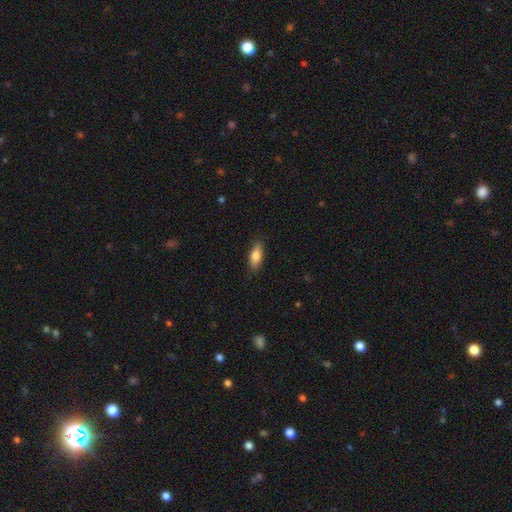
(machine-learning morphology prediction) Smooth or featured?
  - smooth: 81% *
  - featured or disk: 13%
  - star or artifact: 6%
How rounded?
  - in between: 79% *
  - cigar-shaped: 18%
  - round: 3%
Merging?
  - none: 86% *
  - minor disturbance: 11%
  - major disturbance: 2%
  - merger: 1%